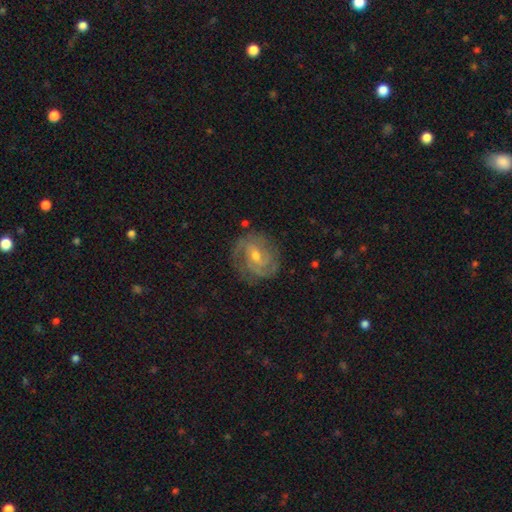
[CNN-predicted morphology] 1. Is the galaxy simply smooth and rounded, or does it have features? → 83% featured or disk, 9% smooth, 7% star or artifact.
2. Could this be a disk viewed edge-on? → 97% no, 3% yes.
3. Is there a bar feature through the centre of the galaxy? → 49% weak, 37% no, 14% strong.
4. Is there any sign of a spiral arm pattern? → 96% yes, 4% no.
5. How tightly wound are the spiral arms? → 58% tight, 34% medium, 7% loose.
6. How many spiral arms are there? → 32% 2, 28% 3, 22% can't tell, 8% 4, 5% 1, 5% more than 4.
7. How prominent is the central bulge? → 51% moderate, 46% small, 1% large, 1% none, 1% dominant.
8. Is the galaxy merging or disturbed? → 77% none, 16% minor disturbance, 6% major disturbance, 1% merger.